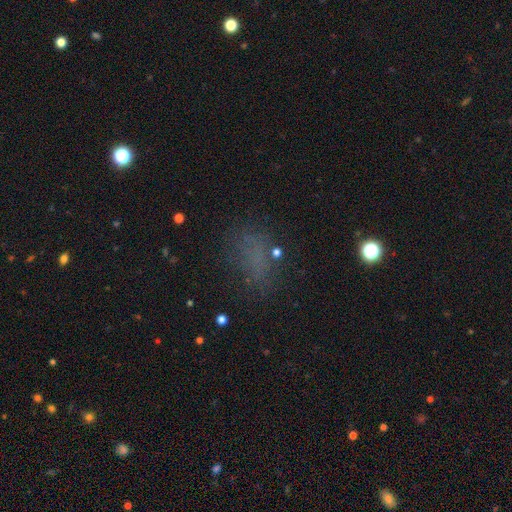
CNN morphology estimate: smooth-or-featured: smooth: 53% | star or artifact: 33% | featured or disk: 13%
  how-rounded: in between: 70% | round: 22% | cigar-shaped: 7%
  merging: none: 66% | minor disturbance: 17% | major disturbance: 13% | merger: 4%